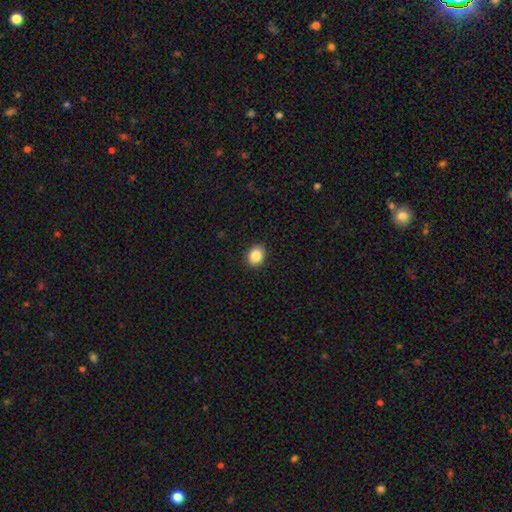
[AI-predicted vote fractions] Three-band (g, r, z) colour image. It shows a smooth galaxy with no disk features (87%) that is round (50%). Merging: none (91%).